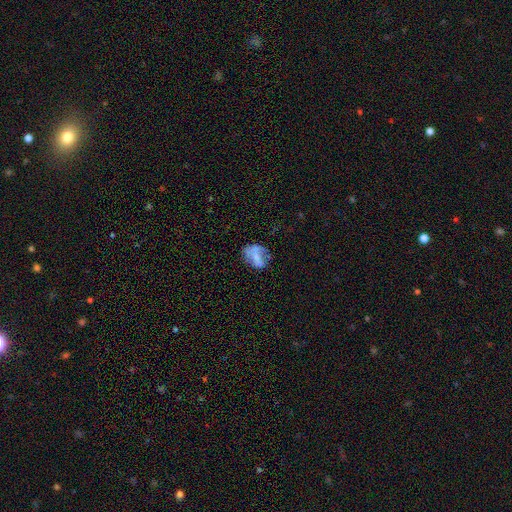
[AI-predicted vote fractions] smooth-or-featured: smooth: 47% | featured or disk: 42% | star or artifact: 12%
  merging: none: 43% | minor disturbance: 26% | major disturbance: 24% | merger: 6%